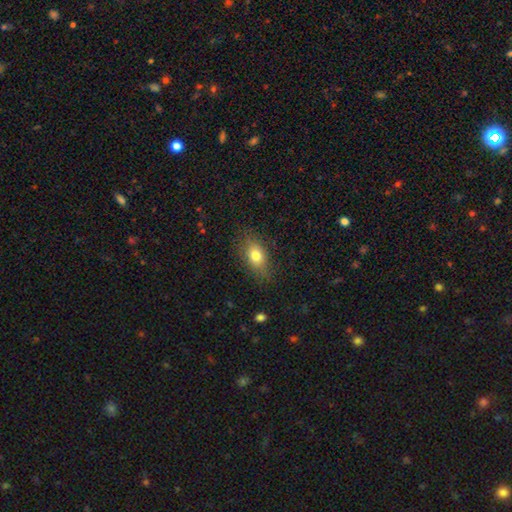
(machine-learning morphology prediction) This is likely a smooth galaxy (76%). How rounded: likely in between (79%). Merging: clearly none (81%).